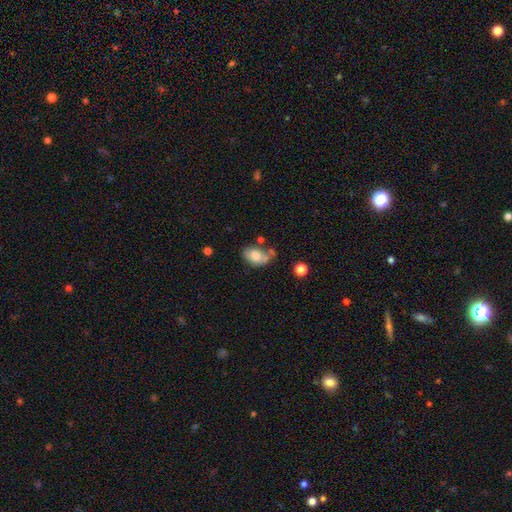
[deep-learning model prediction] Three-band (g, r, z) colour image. It shows a smooth galaxy with no disk features (70%) that is in between round and cigar-shaped (85%). Merging: none (39%).